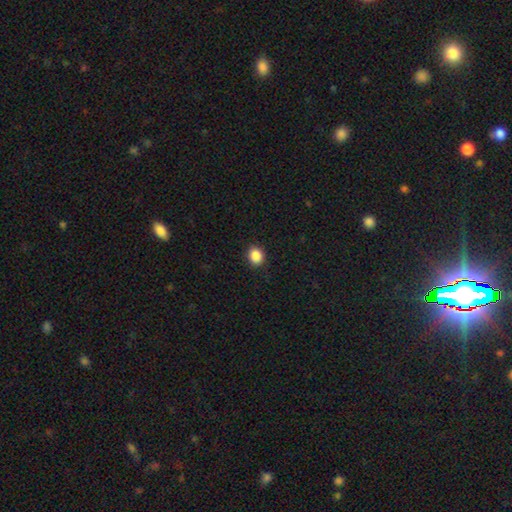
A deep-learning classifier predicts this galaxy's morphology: The model was most divided on "how rounded": round: 66%, in between: 33%, cigar-shaped: 1%. More confident: merging — none (91%); smooth or featured — smooth (88%).